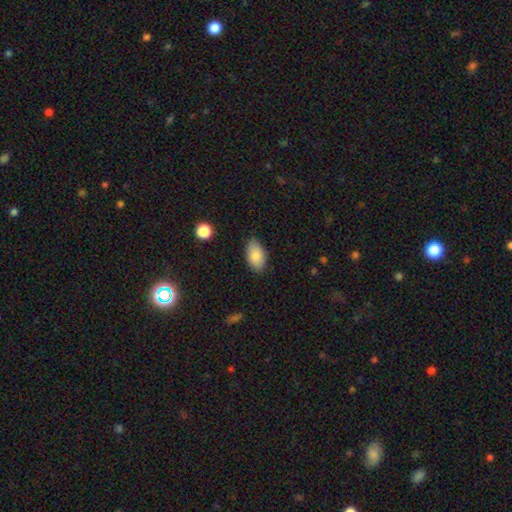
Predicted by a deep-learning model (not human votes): Smooth or featured? Predicted: smooth (p=0.85). How rounded? Predicted: in between (p=0.93). Merging? Predicted: none (p=0.80).